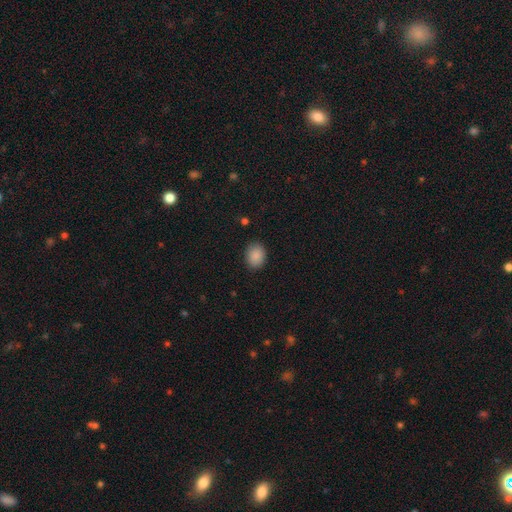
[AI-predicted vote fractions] smooth_or_featured: smooth (p=0.88) [alt: star or artifact p=0.08]
how_rounded: in between (p=0.55) [alt: round p=0.44]
merging: none (p=0.86) [alt: minor disturbance p=0.10]